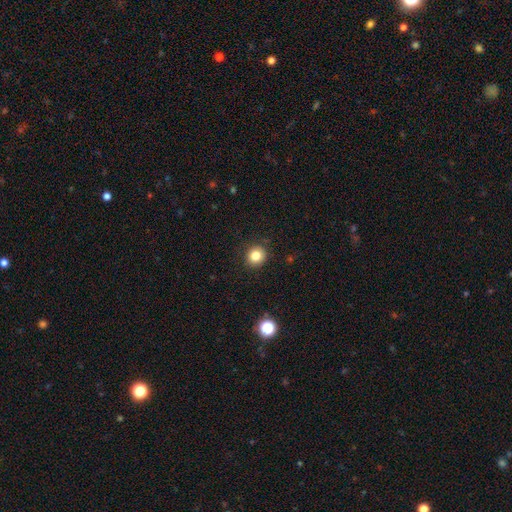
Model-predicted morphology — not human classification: Smooth or featured: smooth — 82% (star or artifact — 12%)
How rounded: round — 88% (in between — 11%)
Merging: none — 90% (minor disturbance — 7%)